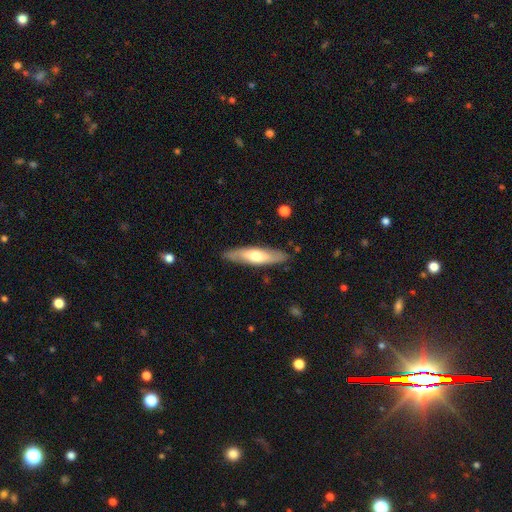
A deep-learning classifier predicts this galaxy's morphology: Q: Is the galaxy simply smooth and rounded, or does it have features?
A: smooth — 54%.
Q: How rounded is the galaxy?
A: cigar-shaped — 73%.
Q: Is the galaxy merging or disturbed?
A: none — 87%.